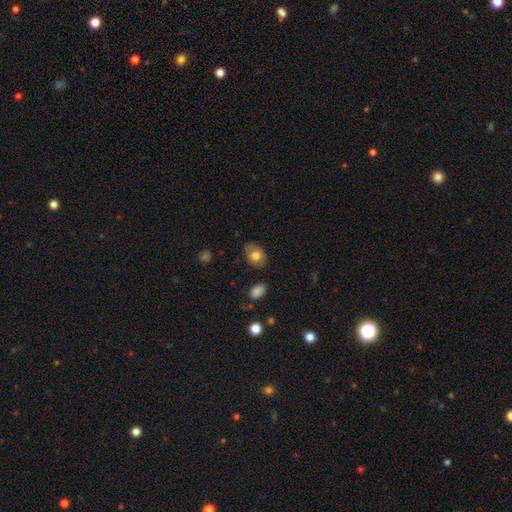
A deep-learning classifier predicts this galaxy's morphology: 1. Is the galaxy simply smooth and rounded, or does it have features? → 72% smooth, 20% featured or disk, 8% star or artifact.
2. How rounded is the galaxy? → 67% in between, 32% round, 1% cigar-shaped.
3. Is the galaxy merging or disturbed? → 76% none, 18% minor disturbance, 4% major disturbance, 2% merger.